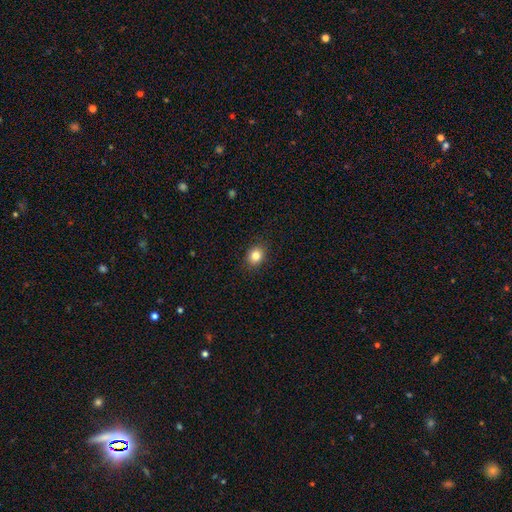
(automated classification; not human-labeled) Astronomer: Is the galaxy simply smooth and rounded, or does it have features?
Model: smooth — 83%.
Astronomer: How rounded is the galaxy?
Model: round — 60% (runner-up: in between, 39%).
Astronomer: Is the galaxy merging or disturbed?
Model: none — 89%.